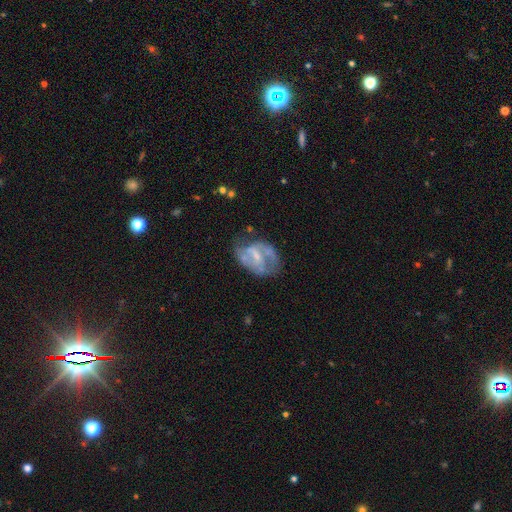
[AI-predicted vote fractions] Smooth or featured? featured or disk (67%)
Edge-on disk? no (97%)
Bar? weak (44%)
Spiral arms? no (52%)
Bulge size? small (46%)
Merging? none (42%)